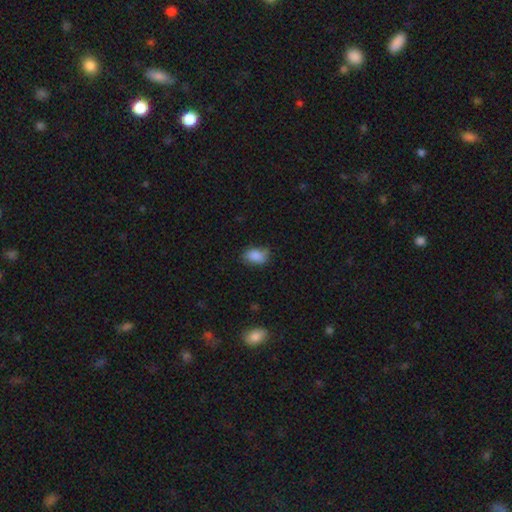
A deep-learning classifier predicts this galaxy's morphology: Smooth or featured? smooth (86%)
How rounded? in between (86%)
Merging? none (67%)